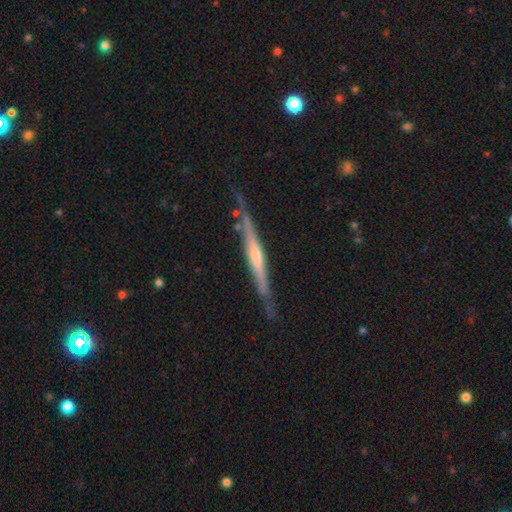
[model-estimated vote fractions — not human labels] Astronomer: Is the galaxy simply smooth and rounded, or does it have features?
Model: featured or disk — 77%.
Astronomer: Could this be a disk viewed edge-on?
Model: yes — 96%.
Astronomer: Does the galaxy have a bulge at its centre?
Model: rounded — 55% (runner-up: none, 34%).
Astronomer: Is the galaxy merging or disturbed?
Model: none — 82%.